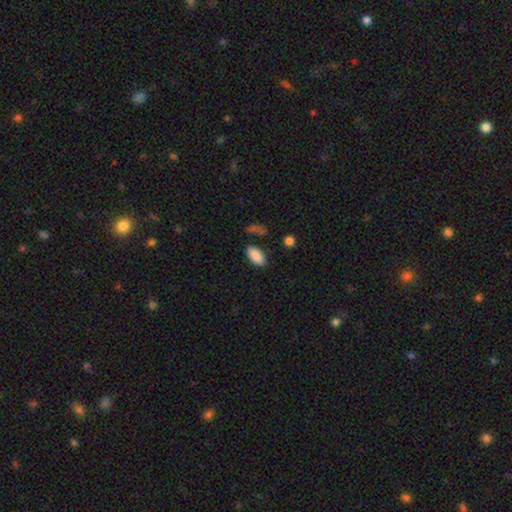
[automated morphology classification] Smooth or featured? Predicted: smooth (p=0.88). How rounded? Predicted: in between (p=0.93). Merging? Predicted: none (p=0.79).